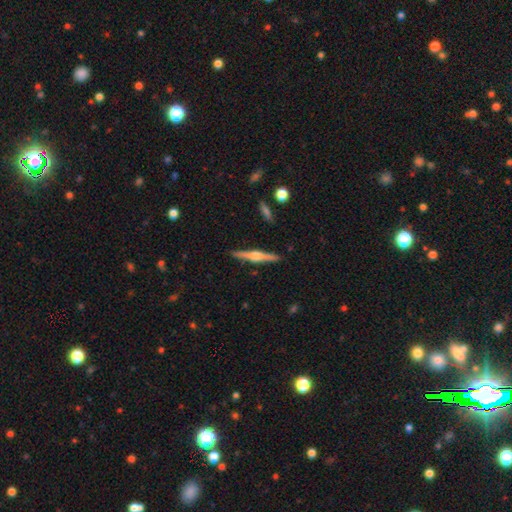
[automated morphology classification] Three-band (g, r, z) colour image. It shows a featured or disk galaxy (78%) viewed edge-on (98%) with a rounded central bulge (91%). Merging: none (91%).